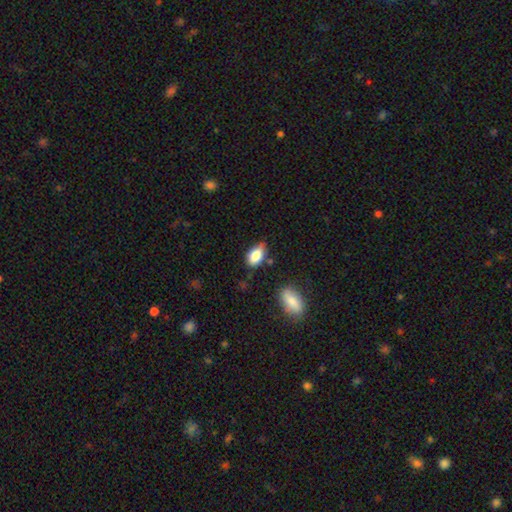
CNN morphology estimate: Smooth or featured? smooth (83%)
How rounded? in between (91%)
Merging? none (65%)